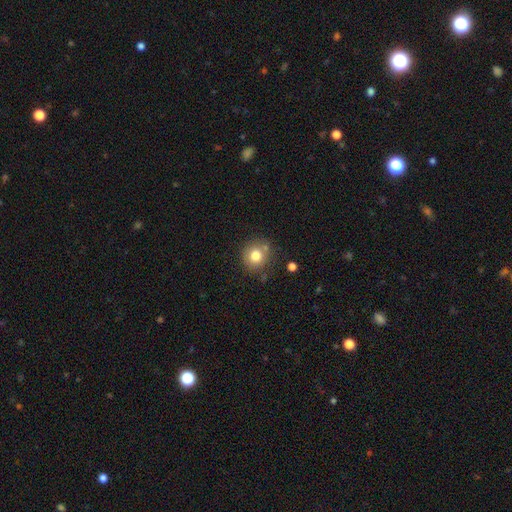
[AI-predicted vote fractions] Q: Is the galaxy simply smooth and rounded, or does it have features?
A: smooth — 78%.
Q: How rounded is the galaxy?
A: round — 88%.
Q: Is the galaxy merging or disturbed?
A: none — 75%.